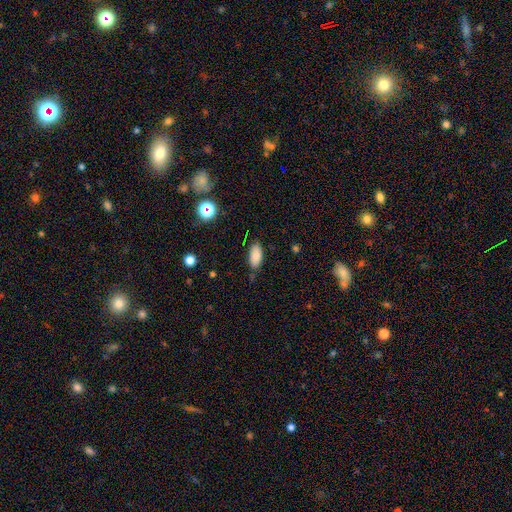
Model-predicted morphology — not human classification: Smooth or featured? smooth (85%)
How rounded? in between (91%)
Merging? none (79%)